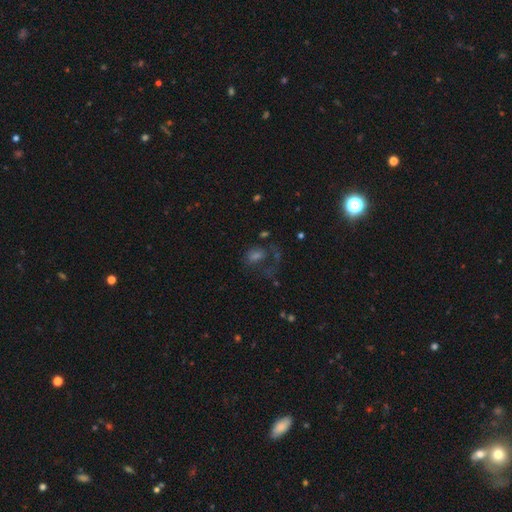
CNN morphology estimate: Q: Smooth or featured?
A: smooth (38%); runner-up: featured or disk (33%)
Q: Merging?
A: major disturbance (40%); runner-up: none (39%)